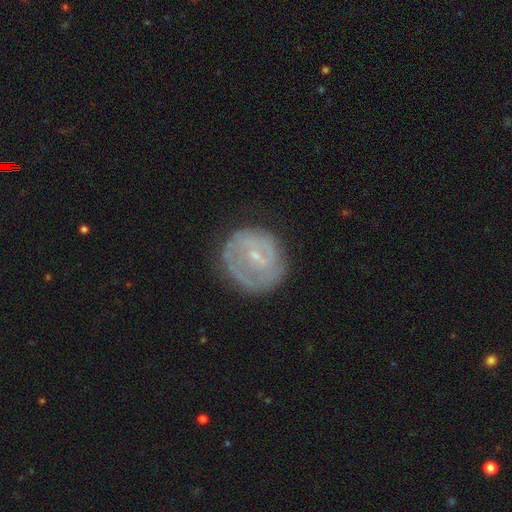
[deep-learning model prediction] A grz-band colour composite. It shows a featured or disk galaxy (69%) with a weak bar (49%), 2 (39%) tight (58%) spiral arms (75%) and a small central bulge (77%). Merging: none (71%).